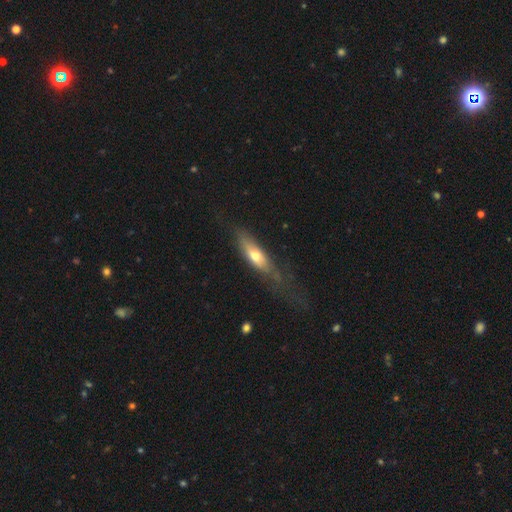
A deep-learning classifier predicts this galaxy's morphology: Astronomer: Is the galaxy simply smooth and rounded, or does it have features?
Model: smooth — 54% (runner-up: featured or disk, 40%).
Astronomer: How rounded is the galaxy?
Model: in between — 49% (runner-up: cigar-shaped, 48%).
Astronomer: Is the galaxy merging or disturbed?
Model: none — 55%.